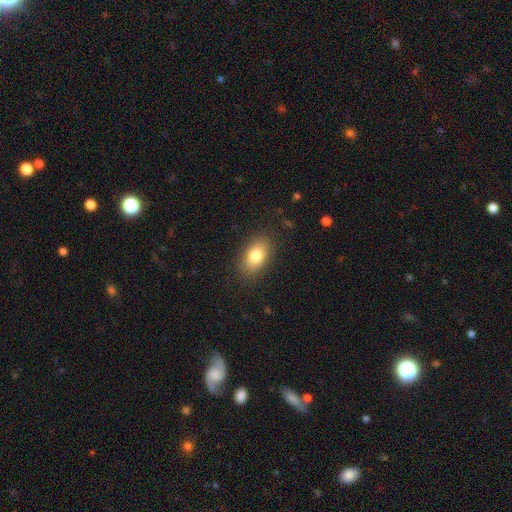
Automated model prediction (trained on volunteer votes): A smooth galaxy with no disk features (82%) that is in between round and cigar-shaped (89%). Merging: none (85%).